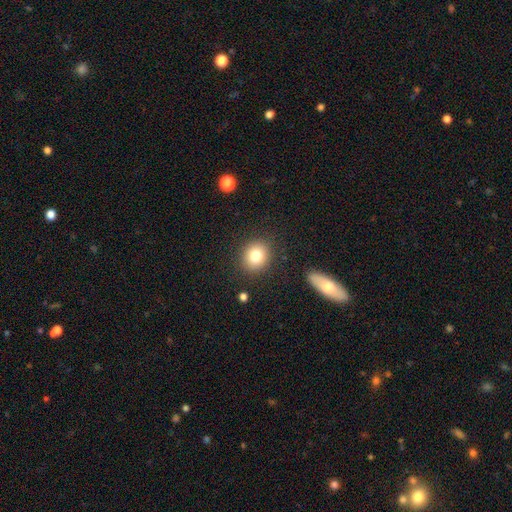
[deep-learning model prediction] This is clearly a smooth galaxy (80%). How rounded: likely round (76%). Merging: clearly none (88%).